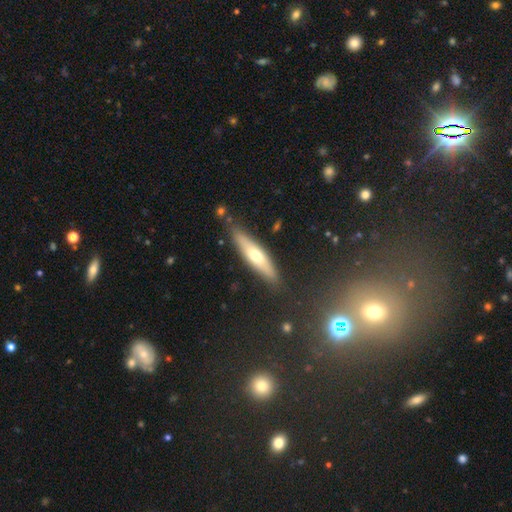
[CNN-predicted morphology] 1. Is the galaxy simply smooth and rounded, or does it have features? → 52% smooth, 41% featured or disk, 6% star or artifact.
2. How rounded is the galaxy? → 75% cigar-shaped, 24% in between, 2% round.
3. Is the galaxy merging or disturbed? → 83% none, 12% minor disturbance, 3% major disturbance, 2% merger.